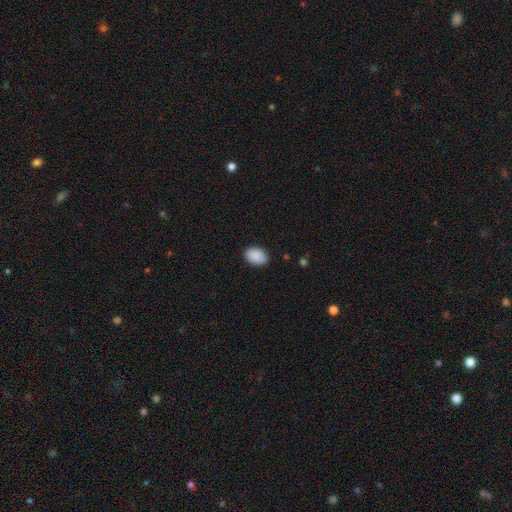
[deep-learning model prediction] A smooth galaxy with no disk features (90%) that is in between round and cigar-shaped (80%).

Vote fractions:
- Smooth or featured? smooth: 90% / star or artifact: 7% / featured or disk: 3%
- How rounded? in between: 80% / round: 19% / cigar-shaped: 1%
- Merging? none: 87% / minor disturbance: 10% / major disturbance: 2% / merger: 1%